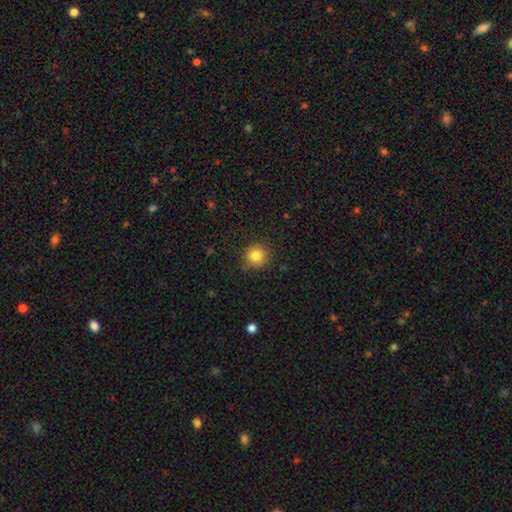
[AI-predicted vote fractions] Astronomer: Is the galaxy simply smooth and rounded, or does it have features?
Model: smooth — 82%.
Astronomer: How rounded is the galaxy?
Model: round — 91%.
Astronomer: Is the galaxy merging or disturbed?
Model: none — 87%.